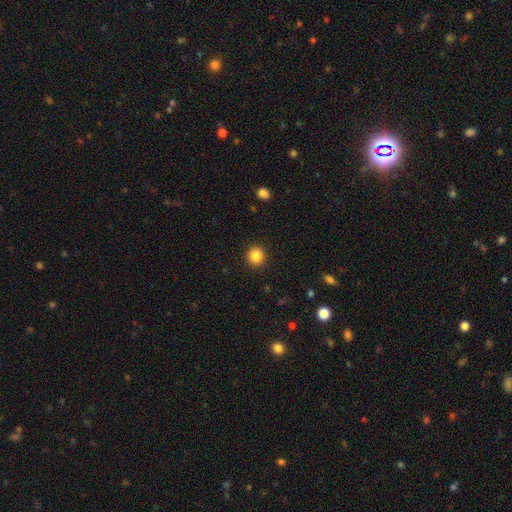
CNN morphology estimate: smooth-or-featured: smooth: 86% | star or artifact: 10% | featured or disk: 4%
  how-rounded: round: 92% | in between: 7% | cigar-shaped: 1%
  merging: none: 92% | minor disturbance: 5% | major disturbance: 2% | merger: 1%